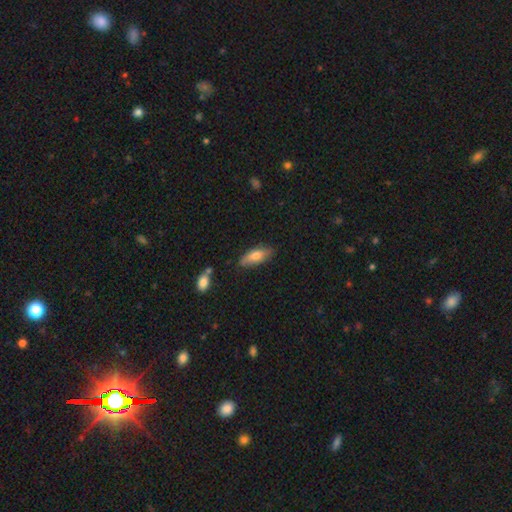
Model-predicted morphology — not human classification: type=smooth (75%); roundness=in between (71%); merging=none (74%).